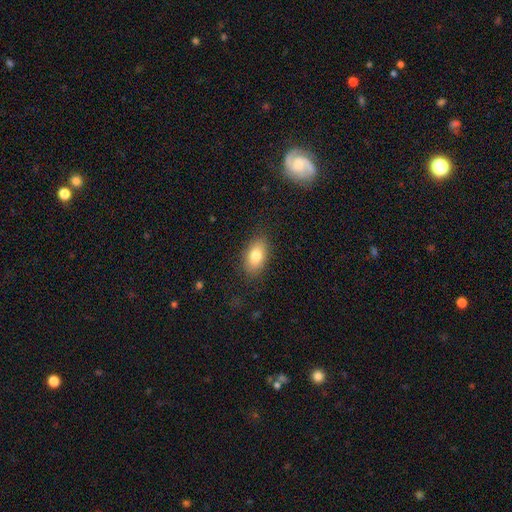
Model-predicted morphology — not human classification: The model was most divided on "smooth or featured": smooth: 80%, featured or disk: 12%, star or artifact: 8%. More confident: how rounded — in between (89%); merging — none (84%).